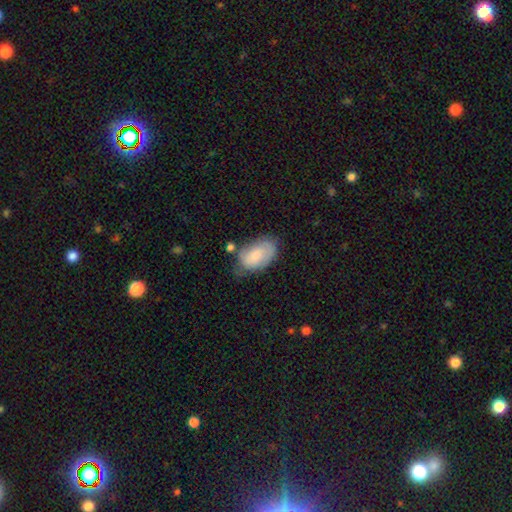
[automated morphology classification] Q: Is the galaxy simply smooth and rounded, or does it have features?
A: smooth — 72%.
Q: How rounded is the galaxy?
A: in between — 93%.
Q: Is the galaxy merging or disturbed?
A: none — 51%.